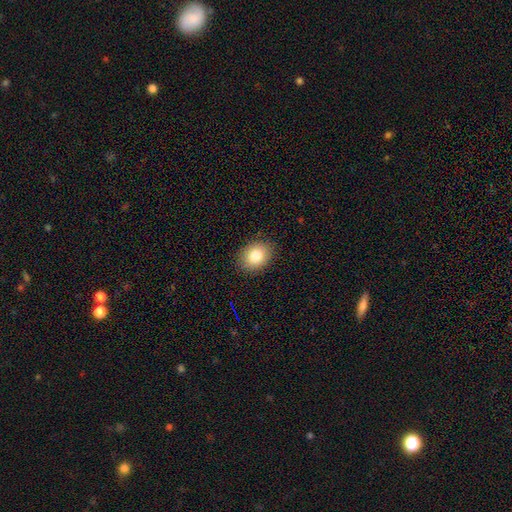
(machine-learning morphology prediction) A smooth galaxy with no disk features (83%) that is in between round and cigar-shaped (56%). Merging: none (88%).